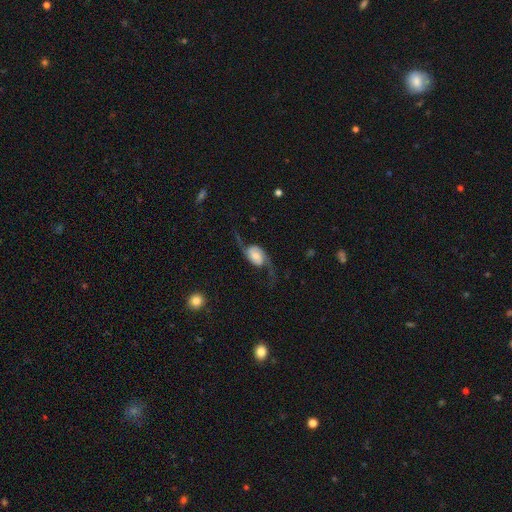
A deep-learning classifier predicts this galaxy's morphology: smooth_or_featured: featured or disk (p=0.75) [alt: smooth p=0.18]
disk_edge_on: no (p=0.95) [alt: yes p=0.05]
bar: no (p=0.51) [alt: weak p=0.36]
has_spiral_arms: yes (p=0.94) [alt: no p=0.06]
spiral_winding: loose (p=0.80) [alt: medium p=0.15]
spiral_arm_count: 2 (p=0.93) [alt: 1 p=0.03]
bulge_size: moderate (p=0.37) [alt: small p=0.29]
merging: none (p=0.56) [alt: major disturbance p=0.24]